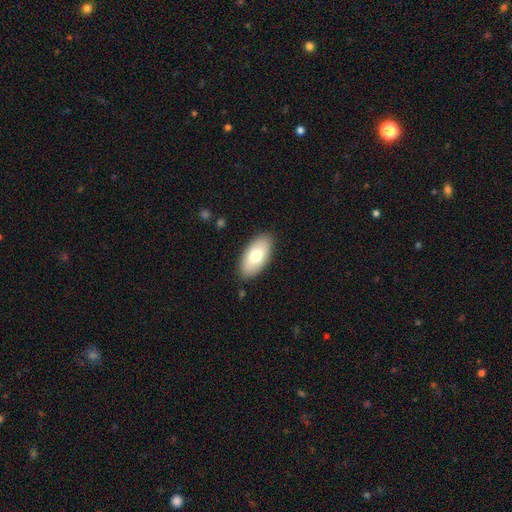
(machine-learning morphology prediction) smooth-or-featured: smooth: 75% | featured or disk: 19% | star or artifact: 6%
  how-rounded: in between: 94% | cigar-shaped: 4% | round: 3%
  merging: none: 87% | minor disturbance: 10% | major disturbance: 2% | merger: 1%